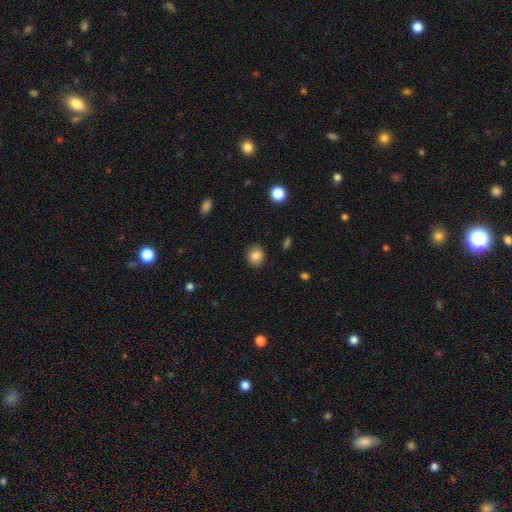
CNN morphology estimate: Smooth or featured: smooth — 84% (star or artifact — 9%)
How rounded: round — 77% (in between — 22%)
Merging: none — 88% (minor disturbance — 9%)